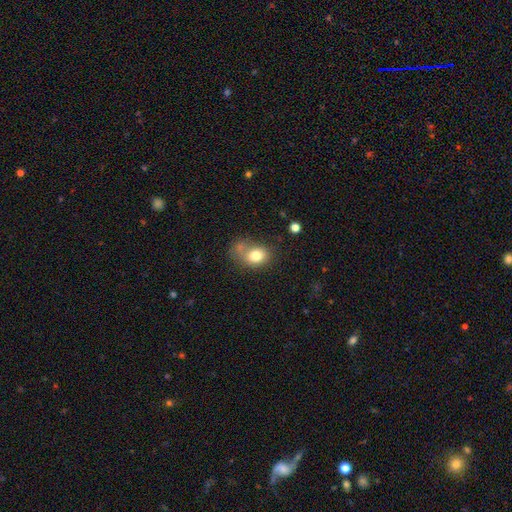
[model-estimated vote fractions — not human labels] Smooth or featured?
  - smooth: 78% *
  - featured or disk: 12%
  - star or artifact: 10%
How rounded?
  - in between: 56% *
  - round: 43%
  - cigar-shaped: 1%
Merging?
  - none: 42% *
  - merger: 23%
  - minor disturbance: 22%
  - major disturbance: 13%